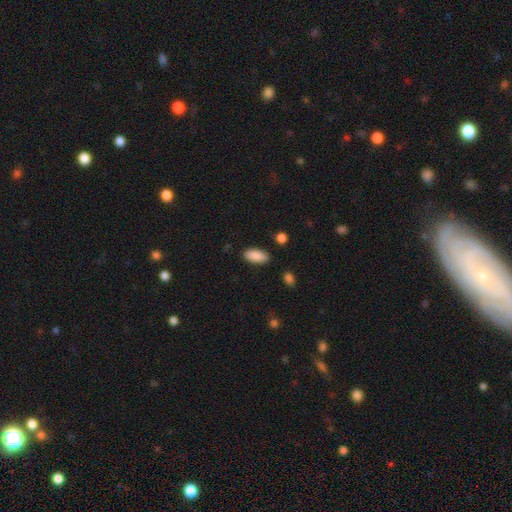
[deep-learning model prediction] Smooth or featured? smooth (90%)
How rounded? in between (90%)
Merging? none (86%)